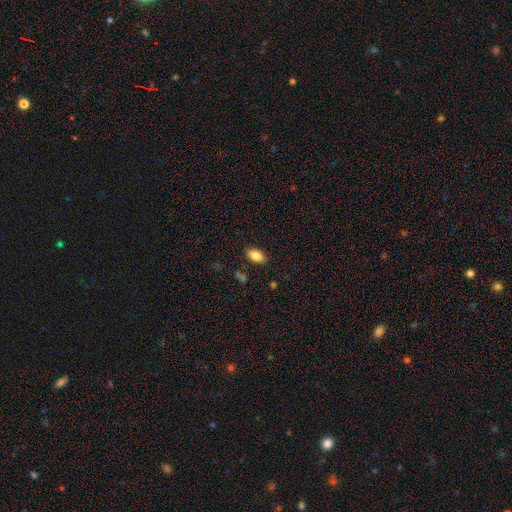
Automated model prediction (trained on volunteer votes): The model was most divided on "merging": none: 85%, minor disturbance: 10%, major disturbance: 3%, merger: 2%. More confident: how rounded — in between (92%); smooth or featured — smooth (87%).